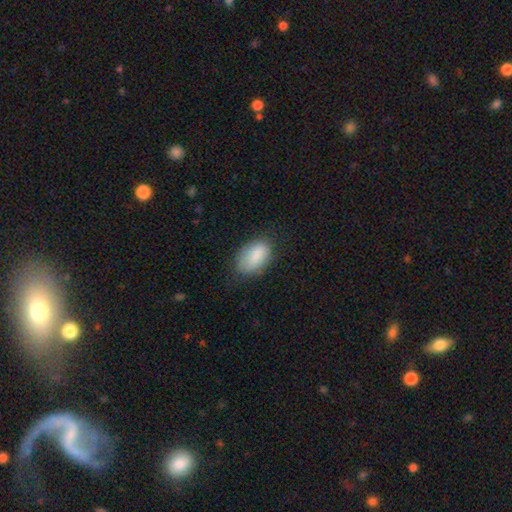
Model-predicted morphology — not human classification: The model was most divided on "merging": none: 70%, minor disturbance: 23%, major disturbance: 6%, merger: 1%. More confident: how rounded — in between (91%); smooth or featured — smooth (84%).